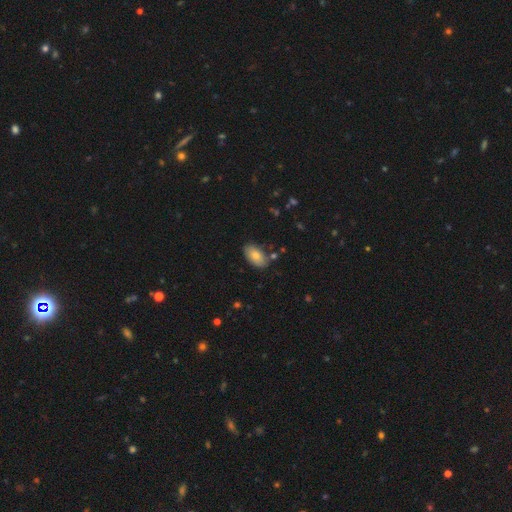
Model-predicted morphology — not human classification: Smooth or featured? smooth (79%)
How rounded? in between (93%)
Merging? none (78%)